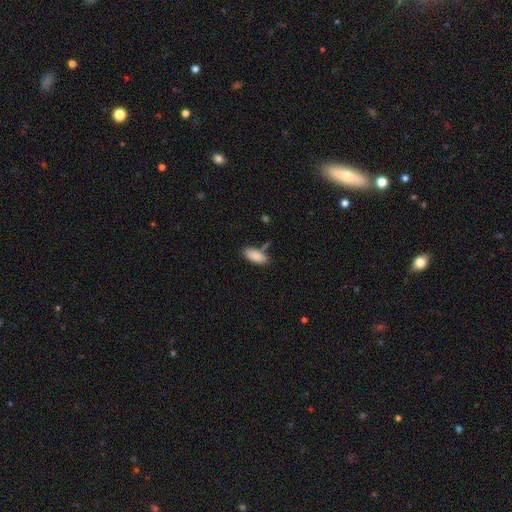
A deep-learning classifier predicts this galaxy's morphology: Smooth or featured?
  - smooth: 88% *
  - star or artifact: 6%
  - featured or disk: 6%
How rounded?
  - in between: 85% *
  - cigar-shaped: 13%
  - round: 2%
Merging?
  - none: 71% *
  - minor disturbance: 17%
  - merger: 9%
  - major disturbance: 4%